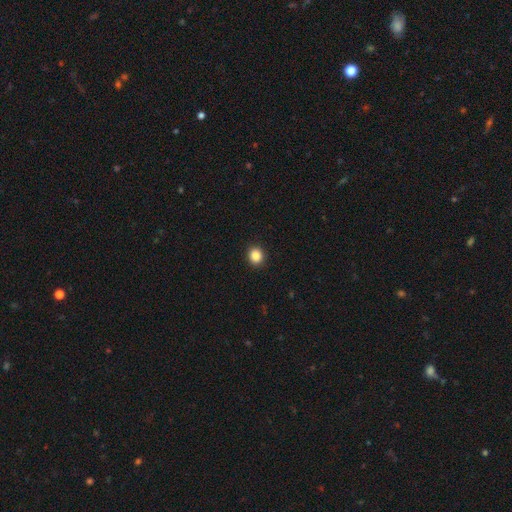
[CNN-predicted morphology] smooth 87%, star or artifact 10%, featured or disk 3%. Down the decision tree: how rounded — round (80%); merging — none (92%).